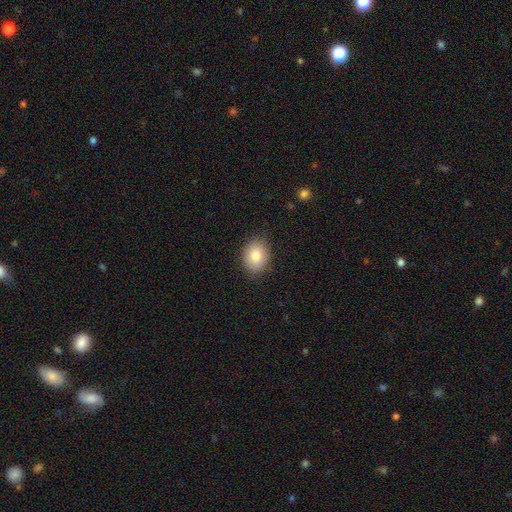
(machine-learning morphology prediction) smooth 81%, featured or disk 10%, star or artifact 8%. Down the decision tree: how rounded — in between (59%); merging — none (86%).